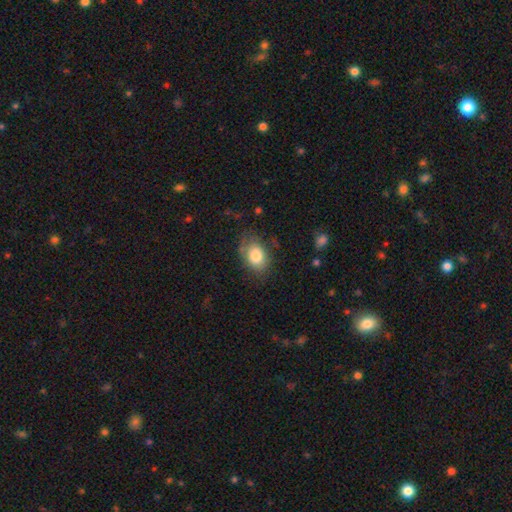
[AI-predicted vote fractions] Smooth or featured? smooth (81%)
How rounded? in between (80%)
Merging? none (70%)